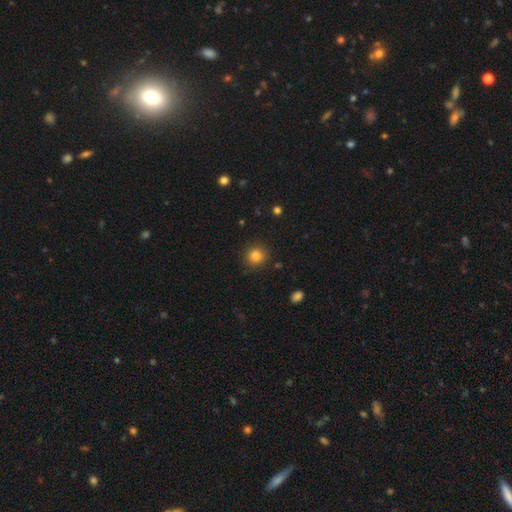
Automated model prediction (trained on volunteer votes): The model was most divided on "smooth or featured": smooth: 84%, star or artifact: 11%, featured or disk: 5%. More confident: how rounded — round (89%); merging — none (87%).